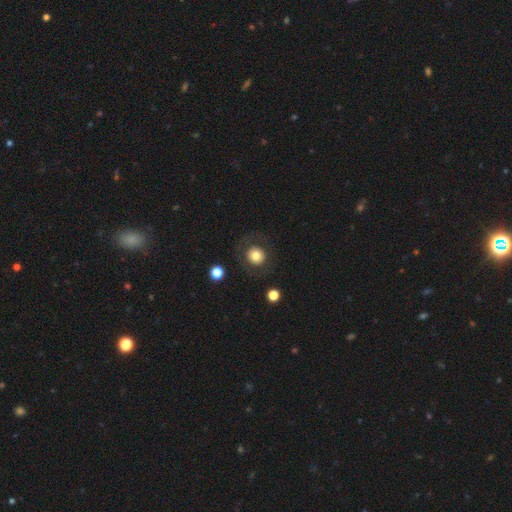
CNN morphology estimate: smooth 72%, featured or disk 18%, star or artifact 9%. Down the decision tree: how rounded — round (88%); merging — none (82%).